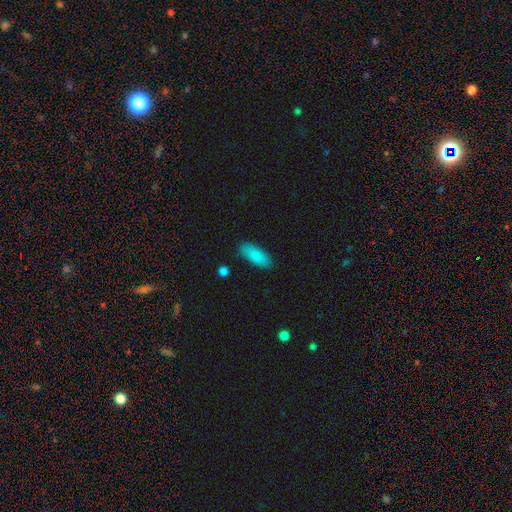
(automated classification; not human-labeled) Smooth or featured?
  - smooth: 87% *
  - star or artifact: 7%
  - featured or disk: 6%
How rounded?
  - in between: 76% *
  - cigar-shaped: 22%
  - round: 2%
Merging?
  - none: 83% *
  - minor disturbance: 13%
  - major disturbance: 3%
  - merger: 2%